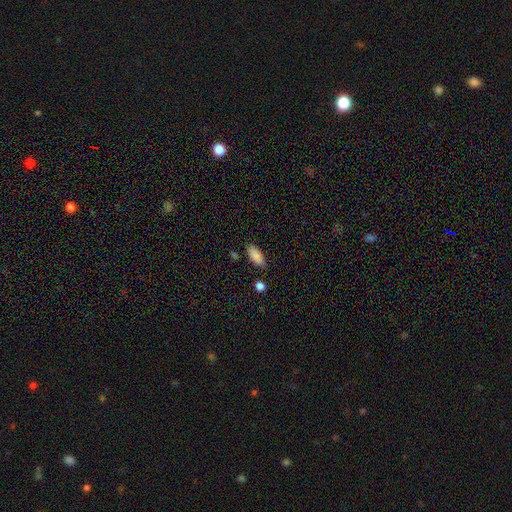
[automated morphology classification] Smooth or featured?
  - smooth: 87% *
  - star or artifact: 7%
  - featured or disk: 6%
How rounded?
  - in between: 82% *
  - cigar-shaped: 16%
  - round: 2%
Merging?
  - none: 77% *
  - minor disturbance: 16%
  - merger: 4%
  - major disturbance: 3%